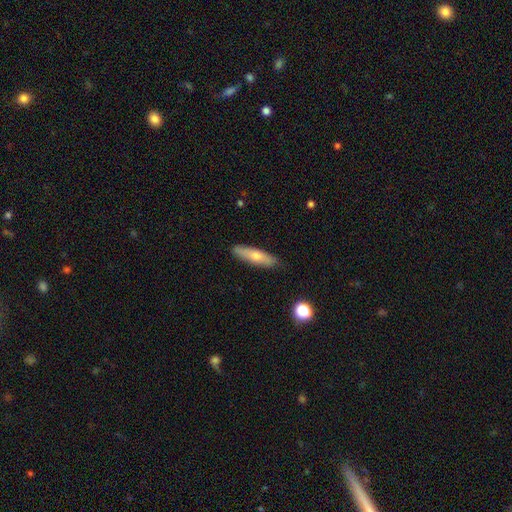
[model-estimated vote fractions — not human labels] This appears to be a smooth galaxy with no disk features (60%) that is cigar-shaped (70%). Merging: none (88%).